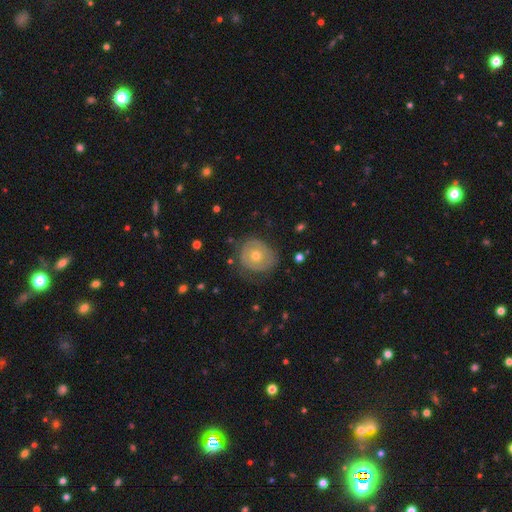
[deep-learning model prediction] smooth-or-featured: featured or disk: 57% | smooth: 36% | star or artifact: 7%
  disk-edge-on: no: 96% | yes: 4%
    bar: no: 85% | weak: 12% | strong: 3%
    has-spiral-arms: yes: 56% | no: 44%
    bulge-size: moderate: 67% | small: 29% | large: 3% | none: 1% | dominant: 1%
  merging: none: 66% | minor disturbance: 22% | major disturbance: 10% | merger: 2%